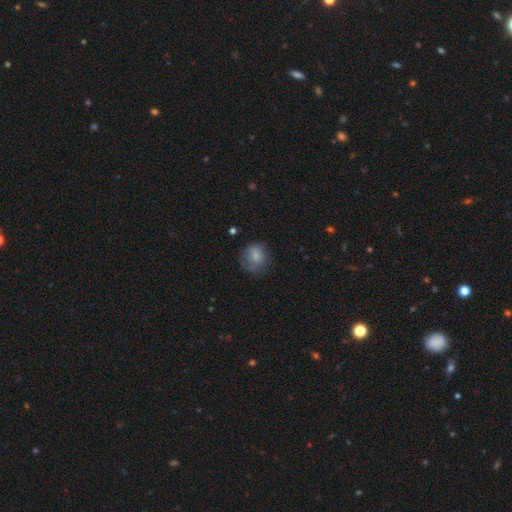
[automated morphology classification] Smooth or featured? Predicted: smooth (p=0.80). How rounded? Predicted: round (p=0.69). Merging? Predicted: none (p=0.64).